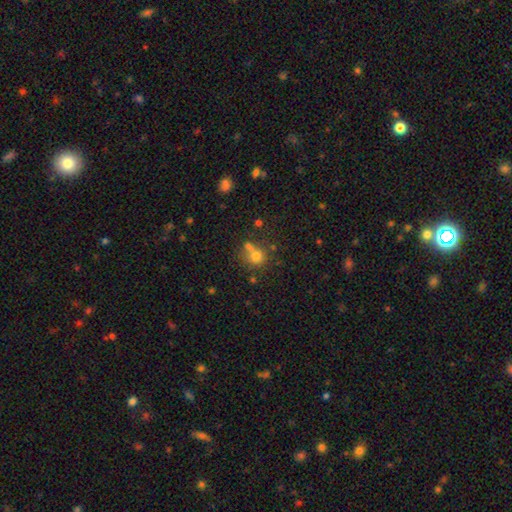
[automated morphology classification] A smooth galaxy with no disk features (70%) that is round (83%).

Vote fractions:
- Smooth or featured? smooth: 70% / star or artifact: 17% / featured or disk: 13%
- How rounded? round: 83% / in between: 16% / cigar-shaped: 1%
- Merging? none: 50% / merger: 35% / minor disturbance: 11% / major disturbance: 5%